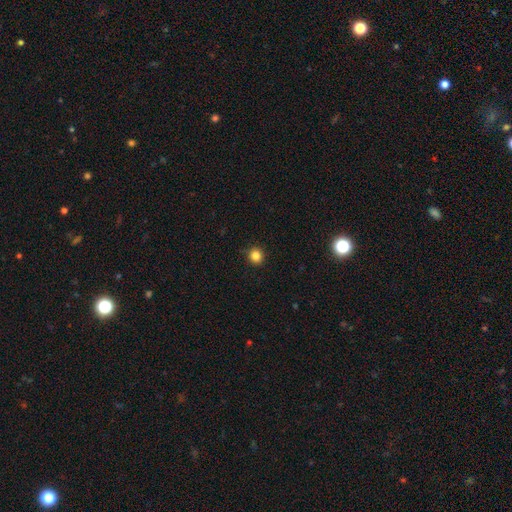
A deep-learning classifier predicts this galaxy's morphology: This is clearly a smooth galaxy (84%). How rounded: clearly round (92%). Merging: clearly none (91%).